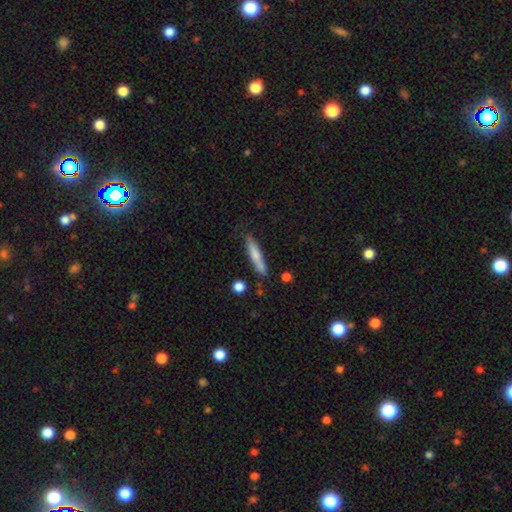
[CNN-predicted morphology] This appears to be a smooth galaxy with no disk features (72%) that is cigar-shaped (86%). Merging: none (71%).